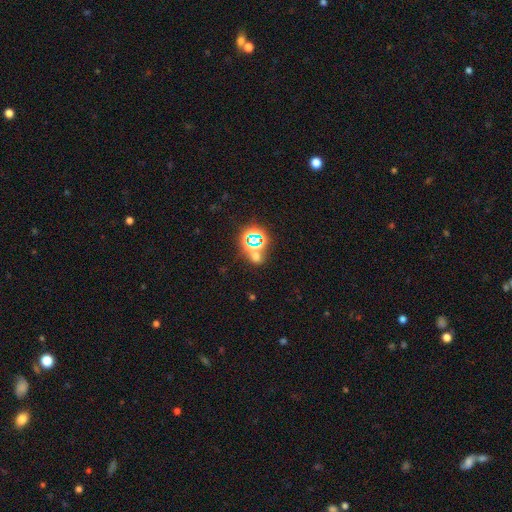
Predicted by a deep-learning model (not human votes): Smooth or featured: star or artifact — 55% (smooth — 37%)